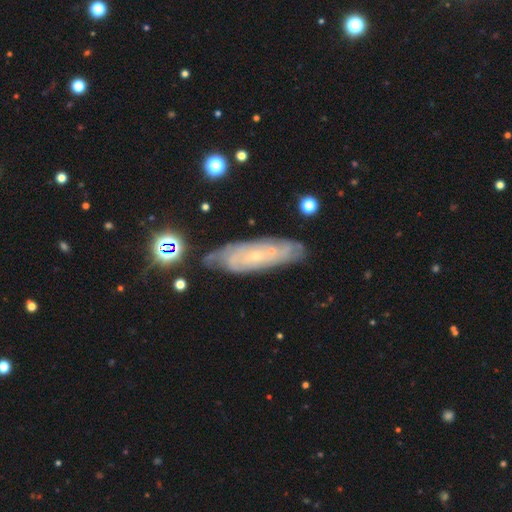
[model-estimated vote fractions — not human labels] Smooth or featured: featured or disk — 76% (smooth — 16%)
Edge-on disk: no — 83% (yes — 17%)
Bar: no — 77% (weak — 18%)
Spiral arms: yes — 89% (no — 11%)
Spiral winding: tight — 73% (medium — 21%)
Spiral arm count: can't tell — 58% (2 — 14%)
Bulge size: small — 85% (moderate — 11%)
Merging: none — 74% (minor disturbance — 18%)